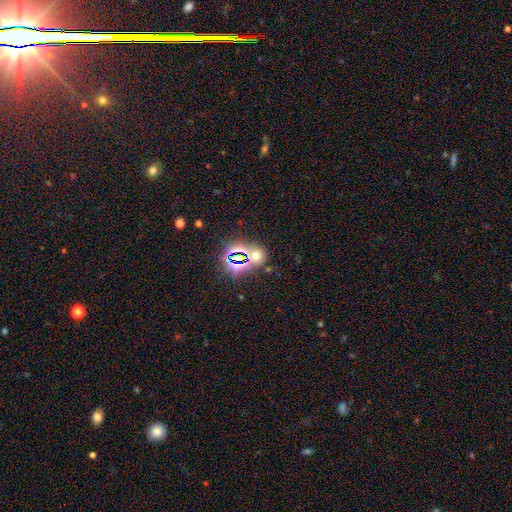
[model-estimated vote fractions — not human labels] smooth-or-featured: star or artifact: 48% | smooth: 43% | featured or disk: 9%